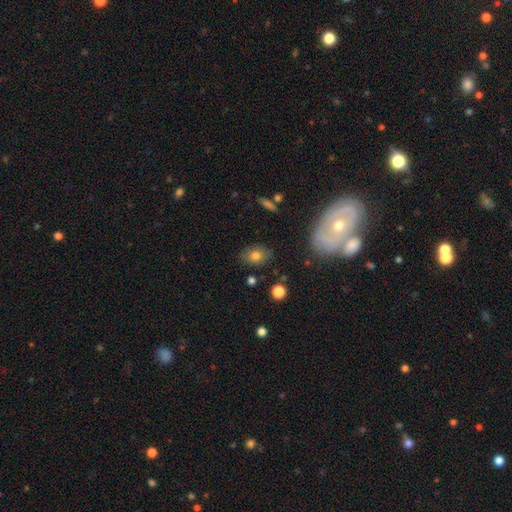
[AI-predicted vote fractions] smooth-or-featured: smooth: 78% | featured or disk: 12% | star or artifact: 11%
  how-rounded: in between: 73% | round: 25% | cigar-shaped: 2%
  merging: none: 81% | minor disturbance: 13% | major disturbance: 3% | merger: 2%